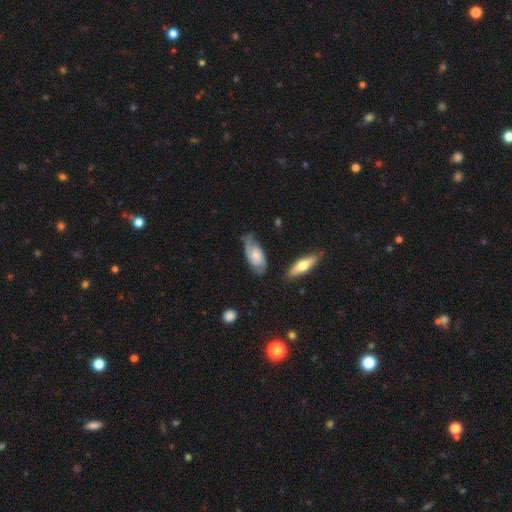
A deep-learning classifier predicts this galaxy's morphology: Overall: featured or disk (69%). Edge-on disk: no (91%). Bar: no (68%). Spiral arms: yes (92%). Spiral arm count: 2 (72%). Spiral winding: tight (42%; medium 40%). Bulge size: small (48%; moderate 40%). Merging: none (62%; minor disturbance 25%).